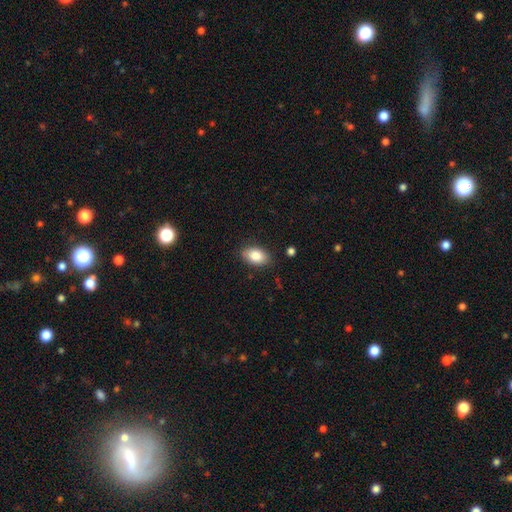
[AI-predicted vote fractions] smooth-or-featured: smooth: 86% | star or artifact: 7% | featured or disk: 7%
  how-rounded: in between: 89% | round: 10% | cigar-shaped: 1%
  merging: none: 84% | minor disturbance: 12% | major disturbance: 3% | merger: 1%